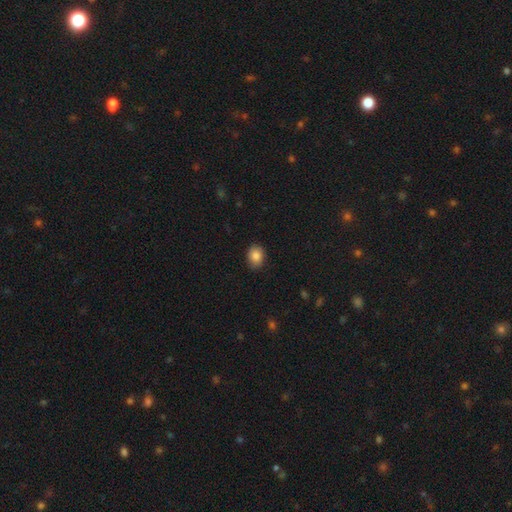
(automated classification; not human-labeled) Smooth or featured? Predicted: smooth (p=0.86). How rounded? Predicted: in between (p=0.53). Merging? Predicted: none (p=0.84).